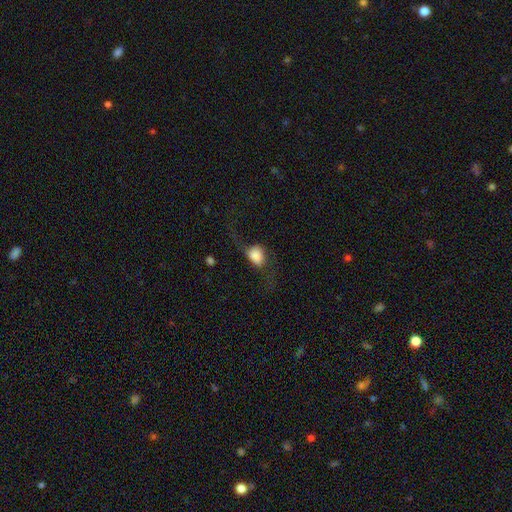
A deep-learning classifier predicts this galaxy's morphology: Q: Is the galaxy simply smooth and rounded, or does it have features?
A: smooth — 71%.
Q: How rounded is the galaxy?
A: in between — 58%.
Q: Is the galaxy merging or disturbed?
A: major disturbance — 38%.